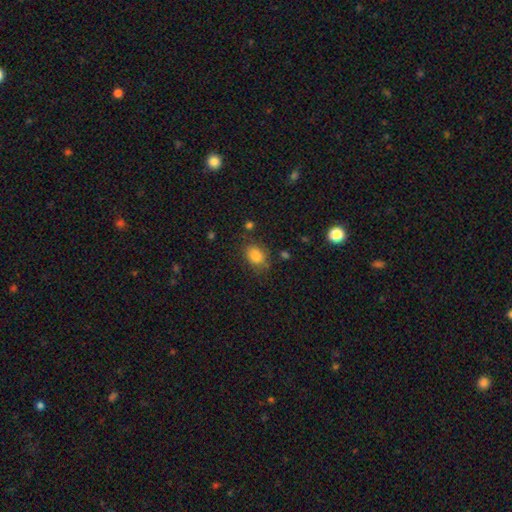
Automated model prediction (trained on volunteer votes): This appears to be a smooth galaxy with no disk features (84%) that is in between round and cigar-shaped (67%). Merging: none (71%).